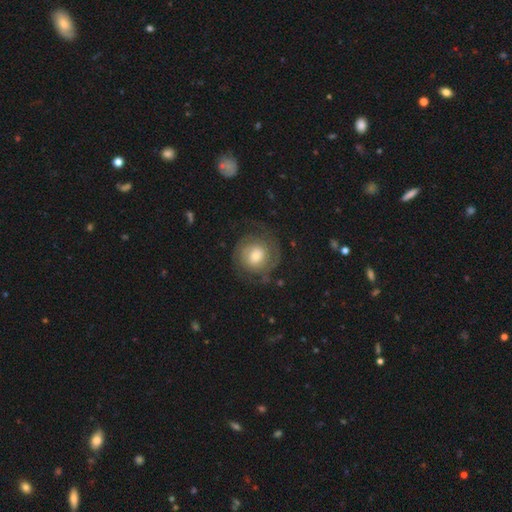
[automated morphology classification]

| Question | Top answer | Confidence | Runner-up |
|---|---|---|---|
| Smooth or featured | featured or disk | 68% | smooth (25%) |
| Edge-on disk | no | 98% | yes (2%) |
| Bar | no | 67% | weak (27%) |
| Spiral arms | yes | 87% | no (13%) |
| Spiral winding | tight | 60% | medium (29%) |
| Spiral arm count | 2 | 50% | can't tell (29%) |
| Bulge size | moderate | 50% | small (31%) |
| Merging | none | 70% | minor disturbance (16%) |